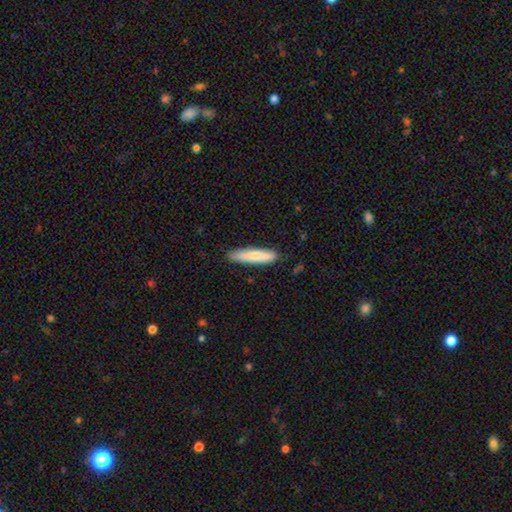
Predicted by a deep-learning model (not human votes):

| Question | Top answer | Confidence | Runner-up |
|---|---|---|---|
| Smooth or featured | smooth | 75% | featured or disk (20%) |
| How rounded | cigar-shaped | 85% | in between (14%) |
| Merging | none | 86% | minor disturbance (11%) |